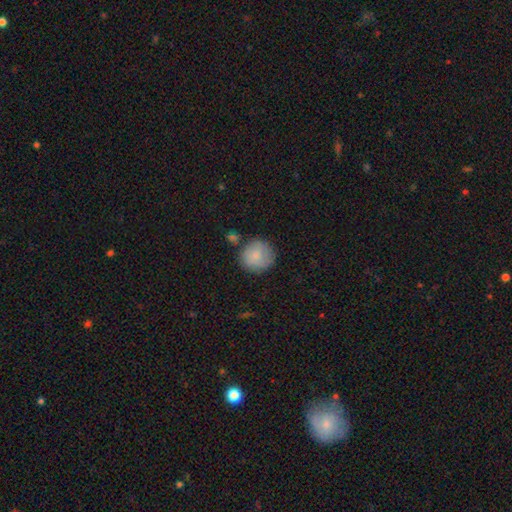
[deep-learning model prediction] This appears to be a smooth galaxy with no disk features (84%) that is round (93%). Merging: none (76%).